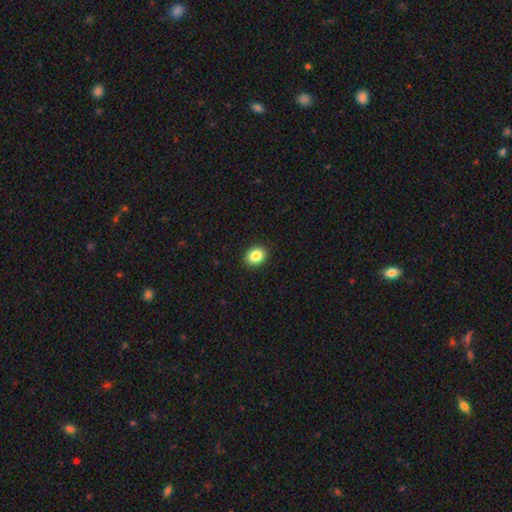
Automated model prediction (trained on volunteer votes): smooth 85%, star or artifact 9%, featured or disk 6%. Down the decision tree: how rounded — round (51%); merging — none (92%).